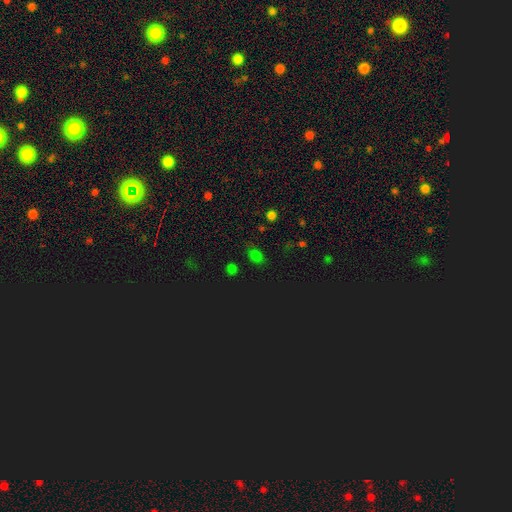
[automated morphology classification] Q: Smooth or featured?
A: smooth (60%); runner-up: star or artifact (35%)
Q: How rounded?
A: in between (67%); runner-up: round (31%)
Q: Merging?
A: none (76%); runner-up: minor disturbance (16%)